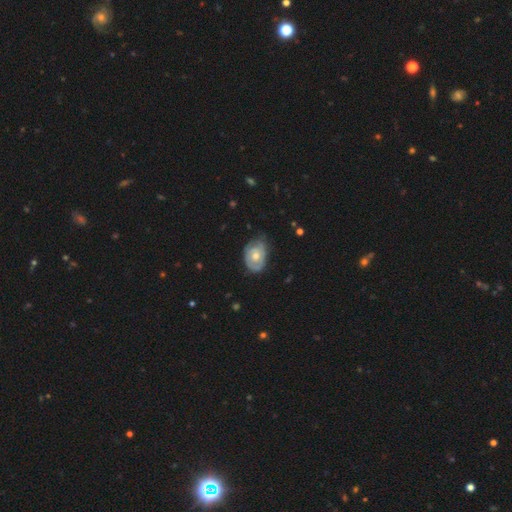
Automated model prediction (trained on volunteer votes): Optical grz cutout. It shows a featured or disk galaxy (59%) with no bar (83%), spiral arms (66%) and a moderate central bulge (68%). Merging: none (59%).